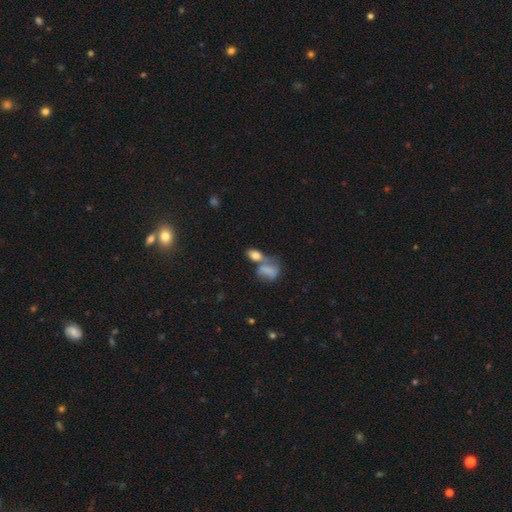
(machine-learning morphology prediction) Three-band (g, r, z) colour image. It shows a smooth galaxy with no disk features (74%) that is in between round and cigar-shaped (81%). Merging: merger (45%).